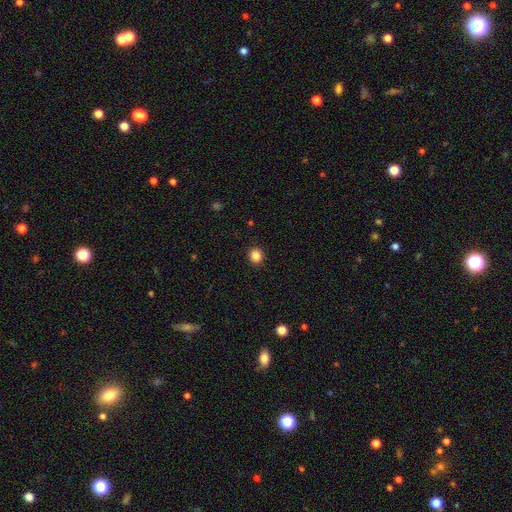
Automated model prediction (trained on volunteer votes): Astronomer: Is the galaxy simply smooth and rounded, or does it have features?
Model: smooth — 85%.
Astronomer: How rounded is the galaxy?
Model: round — 87%.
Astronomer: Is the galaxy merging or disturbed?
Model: none — 92%.